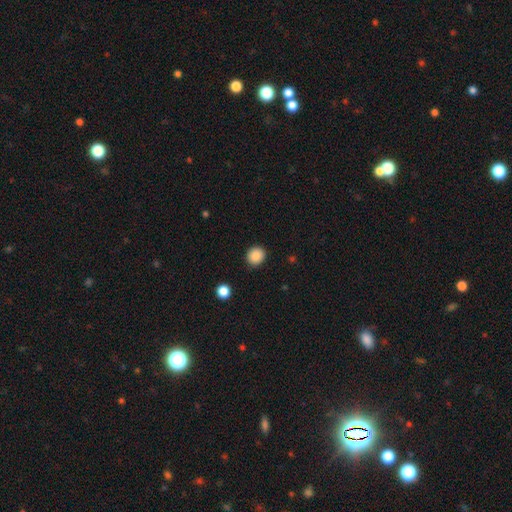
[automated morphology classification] Smooth or featured?
  - smooth: 87% *
  - star or artifact: 9%
  - featured or disk: 3%
How rounded?
  - round: 87% *
  - in between: 12%
  - cigar-shaped: 1%
Merging?
  - none: 90% *
  - minor disturbance: 7%
  - major disturbance: 2%
  - merger: 1%